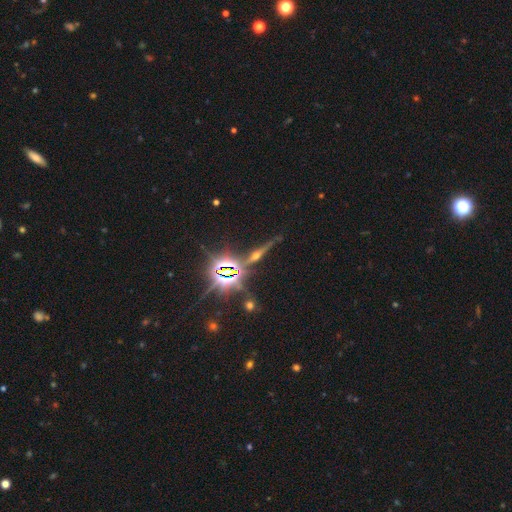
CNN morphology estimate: This appears to be a featured or disk galaxy (54%) viewed edge-on (93%) with a rounded central bulge (89%). Merging: none (81%).